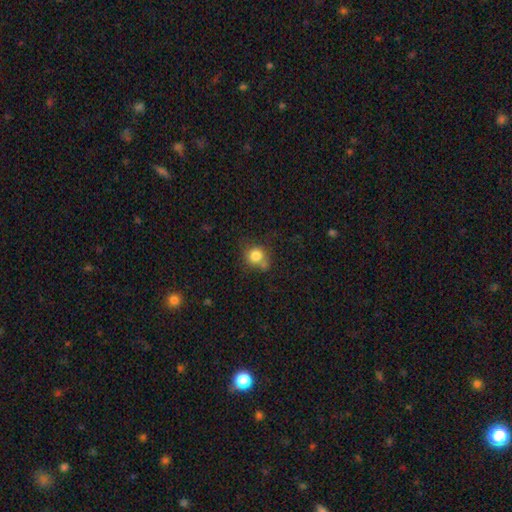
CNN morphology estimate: A smooth galaxy with no disk features (81%) that is round (86%). Merging: none (62%).